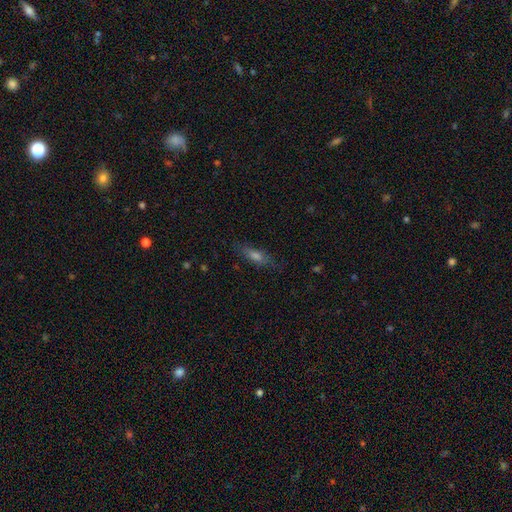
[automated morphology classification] Smooth or featured: smooth — 54% (featured or disk — 32%)
How rounded: cigar-shaped — 55% (in between — 41%)
Merging: none — 80% (minor disturbance — 15%)